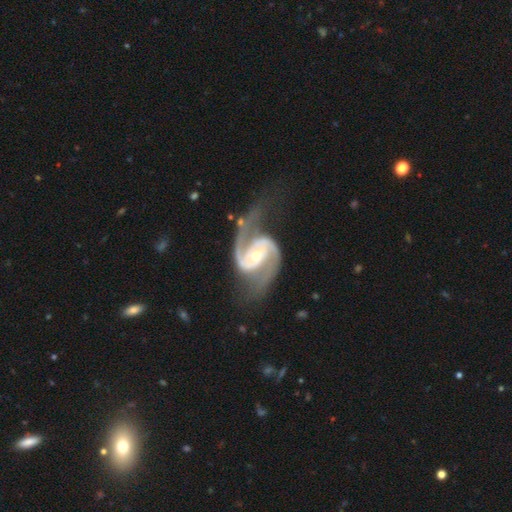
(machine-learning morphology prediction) Q: Smooth or featured?
A: featured or disk (94%); runner-up: star or artifact (4%)
Q: Edge-on disk?
A: no (98%); runner-up: yes (2%)
Q: Bar?
A: weak (40%); runner-up: no (35%)
Q: Spiral arms?
A: yes (98%); runner-up: no (2%)
Q: Spiral winding?
A: medium (57%); runner-up: loose (23%)
Q: Spiral arm count?
A: 2 (93%); runner-up: 3 (2%)
Q: Bulge size?
A: moderate (61%); runner-up: small (34%)
Q: Merging?
A: none (59%); runner-up: minor disturbance (20%)